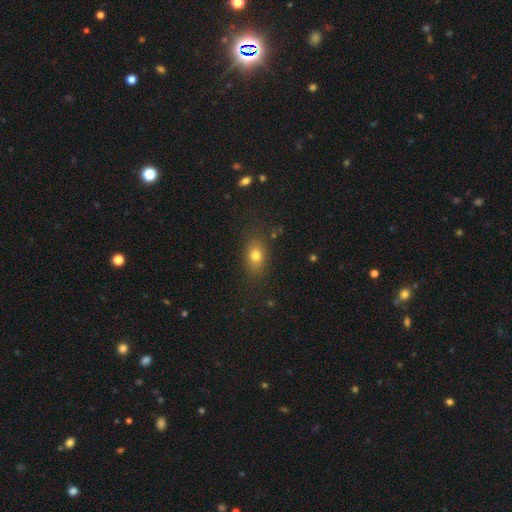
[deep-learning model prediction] Smooth or featured: smooth — 76% (featured or disk — 12%)
How rounded: in between — 73% (round — 23%)
Merging: none — 82% (minor disturbance — 12%)